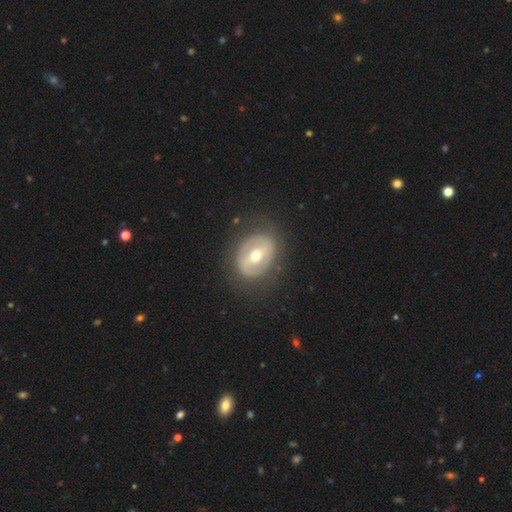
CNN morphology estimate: featured or disk 62%, smooth 31%, star or artifact 7%. Down the decision tree: edge-on disk — no (94%); bar — strong (40%); spiral arms — no (68%); bulge size — moderate (68%); merging — none (81%).